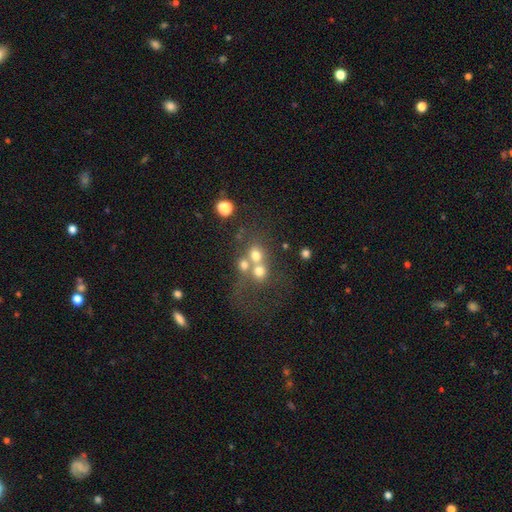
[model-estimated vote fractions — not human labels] smooth 65%, star or artifact 18%, featured or disk 18%. Down the decision tree: how rounded — round (78%); merging — merger (52%).